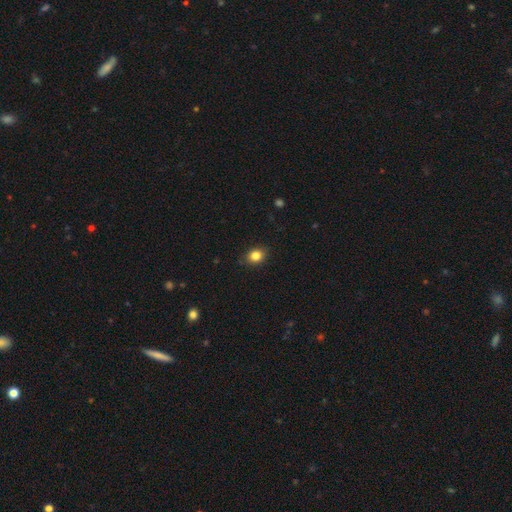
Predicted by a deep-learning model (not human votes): The model was most divided on "how rounded": round: 52%, in between: 47%, cigar-shaped: 1%. More confident: merging — none (87%); smooth or featured — smooth (84%).